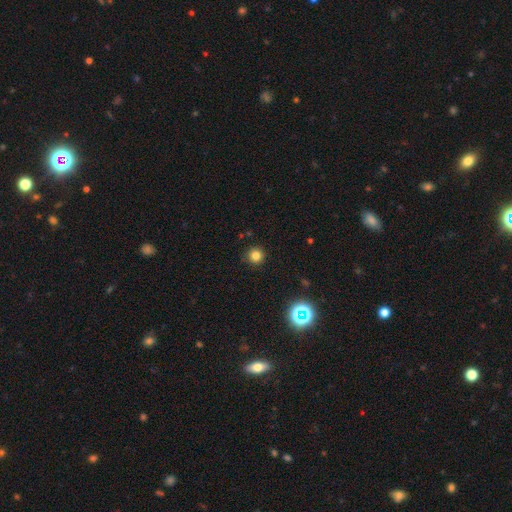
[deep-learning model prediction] Smooth or featured? Predicted: smooth (p=0.79). How rounded? Predicted: round (p=0.95). Merging? Predicted: none (p=0.90).